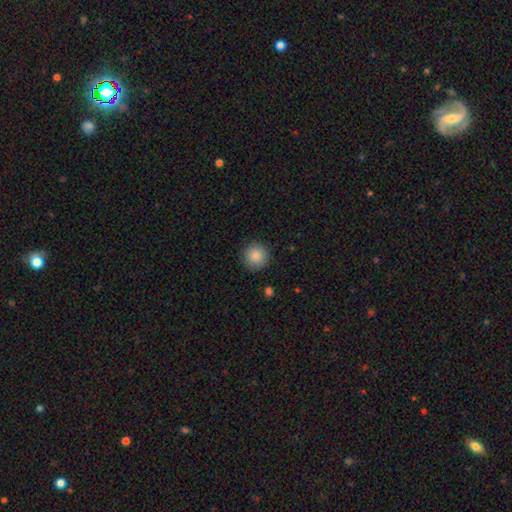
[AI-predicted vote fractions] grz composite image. It shows a smooth galaxy with no disk features (87%) that is round (95%). Merging: none (91%).